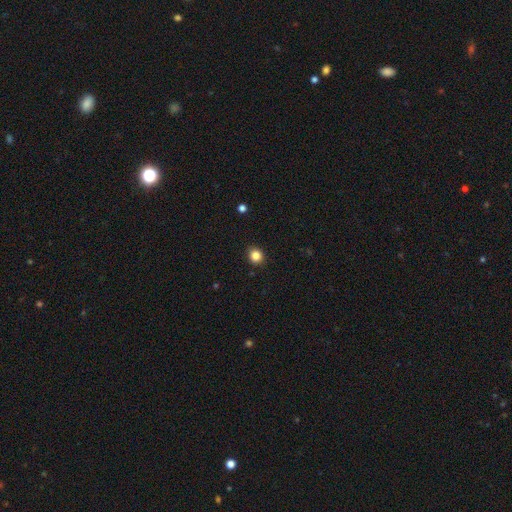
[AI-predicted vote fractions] Smooth or featured: smooth — 84% (star or artifact — 11%)
How rounded: round — 85% (in between — 14%)
Merging: none — 91% (minor disturbance — 6%)